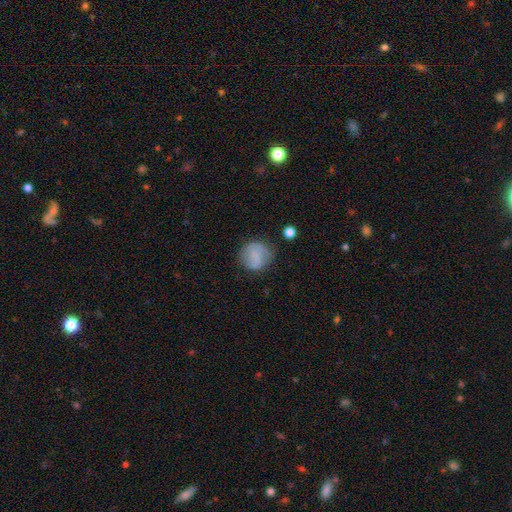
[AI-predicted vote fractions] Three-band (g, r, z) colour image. It shows a smooth galaxy with no disk features (72%) that is round (85%). Merging: none (72%).